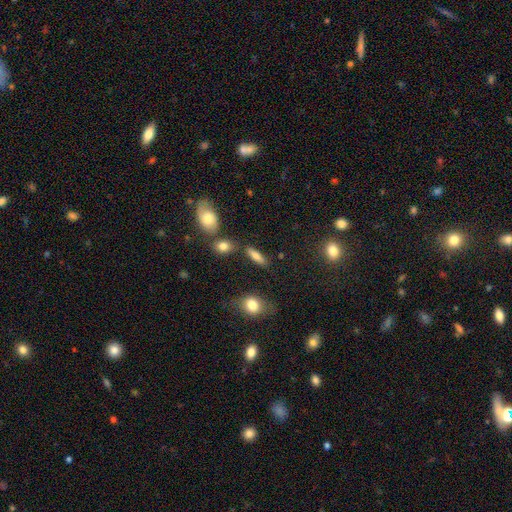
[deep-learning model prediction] Smooth or featured?
  - smooth: 73% *
  - featured or disk: 18%
  - star or artifact: 9%
How rounded?
  - cigar-shaped: 48% *
  - in between: 47%
  - round: 5%
Merging?
  - none: 77% *
  - minor disturbance: 12%
  - merger: 7%
  - major disturbance: 4%